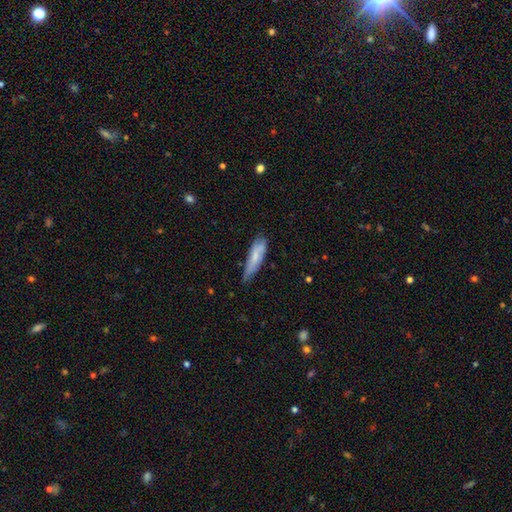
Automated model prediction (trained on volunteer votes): smooth_or_featured: smooth (p=0.66) [alt: featured or disk p=0.27]
how_rounded: cigar-shaped (p=0.62) [alt: in between p=0.36]
merging: none (p=0.53) [alt: minor disturbance p=0.36]